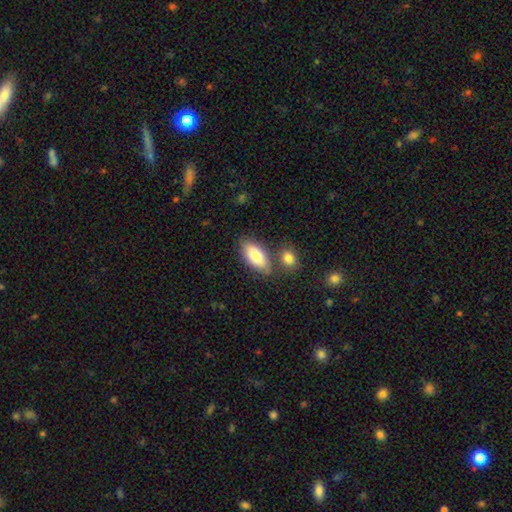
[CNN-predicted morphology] Q: Smooth or featured?
A: smooth (81%); runner-up: featured or disk (13%)
Q: How rounded?
A: in between (89%); runner-up: cigar-shaped (8%)
Q: Merging?
A: none (69%); runner-up: merger (15%)